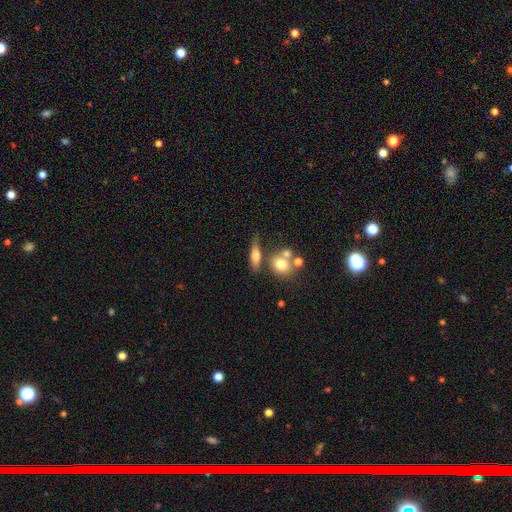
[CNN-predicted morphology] A smooth galaxy with no disk features (61%) that is in between round and cigar-shaped (51%). Merging: none (54%).